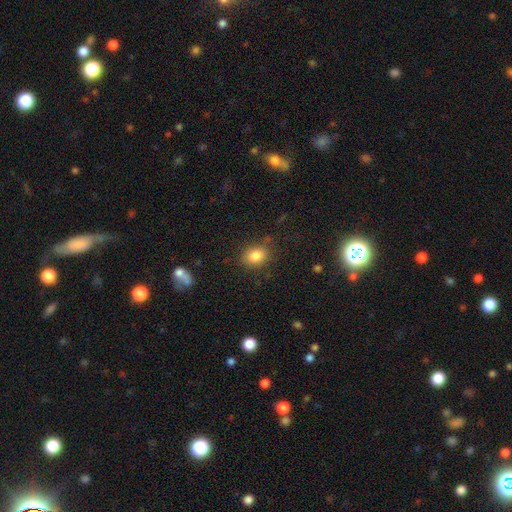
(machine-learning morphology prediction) Smooth or featured? Predicted: smooth (p=0.84). How rounded? Predicted: in between (p=0.62). Merging? Predicted: none (p=0.80).